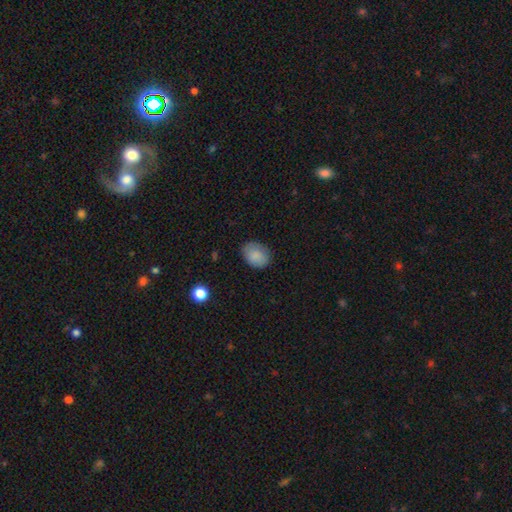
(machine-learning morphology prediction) The model was most divided on "how rounded": in between: 63%, round: 36%, cigar-shaped: 1%. More confident: smooth or featured — smooth (86%); merging — none (82%).